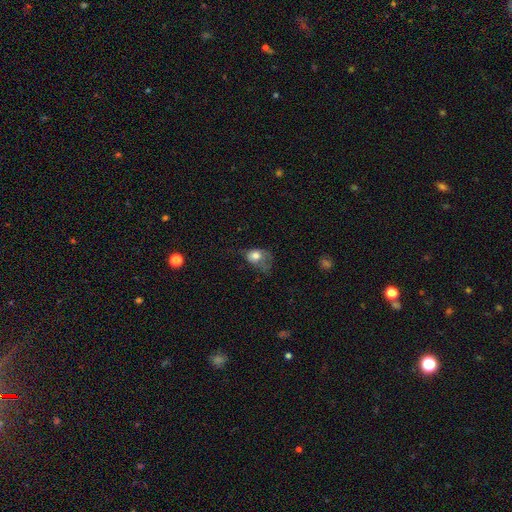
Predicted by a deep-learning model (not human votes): smooth 72%, featured or disk 19%, star or artifact 10%. Down the decision tree: how rounded — in between (62%); merging — major disturbance (48%).